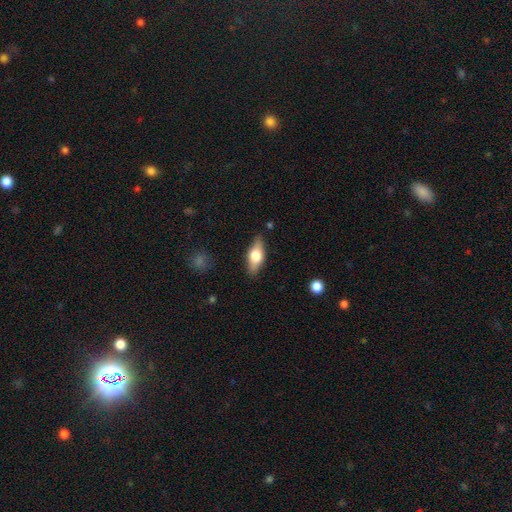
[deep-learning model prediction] Smooth or featured? Predicted: smooth (p=0.59). How rounded? Predicted: in between (p=0.76). Merging? Predicted: none (p=0.85).